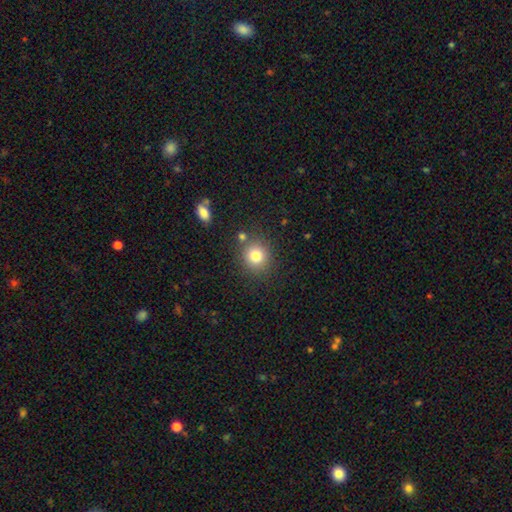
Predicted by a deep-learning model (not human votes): A smooth galaxy with no disk features (80%) that is round (87%).

Vote fractions:
- Smooth or featured? smooth: 80% / star or artifact: 12% / featured or disk: 8%
- How rounded? round: 87% / in between: 13% / cigar-shaped: 1%
- Merging? none: 80% / minor disturbance: 9% / merger: 7% / major disturbance: 3%